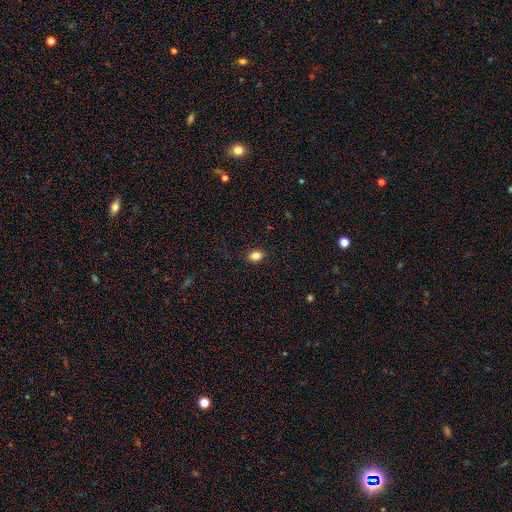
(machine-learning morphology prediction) Smooth or featured? smooth (84%)
How rounded? in between (64%)
Merging? none (88%)